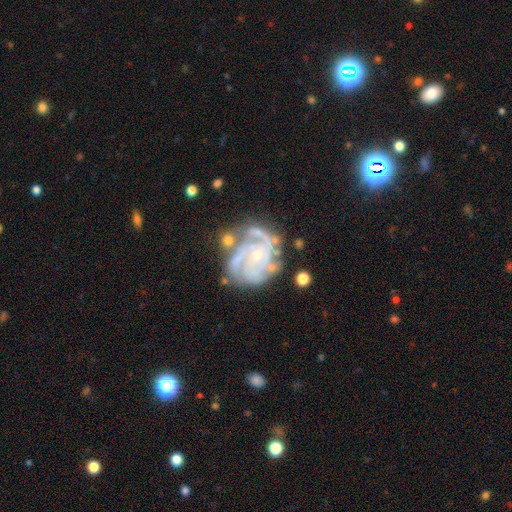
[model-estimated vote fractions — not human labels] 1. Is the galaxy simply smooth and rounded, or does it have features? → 89% featured or disk, 6% star or artifact, 5% smooth.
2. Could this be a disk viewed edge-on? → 98% no, 2% yes.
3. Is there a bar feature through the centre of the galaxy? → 73% no, 21% weak, 6% strong.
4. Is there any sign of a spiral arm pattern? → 97% yes, 3% no.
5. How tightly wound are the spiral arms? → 63% tight, 32% medium, 5% loose.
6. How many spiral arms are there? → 38% 3, 23% 4, 15% can't tell, 12% 2, 6% more than 4, 5% 1.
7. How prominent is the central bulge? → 74% small, 21% moderate, 2% none, 1% large, 1% dominant.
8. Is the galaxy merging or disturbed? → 60% none, 22% minor disturbance, 11% major disturbance, 7% merger.